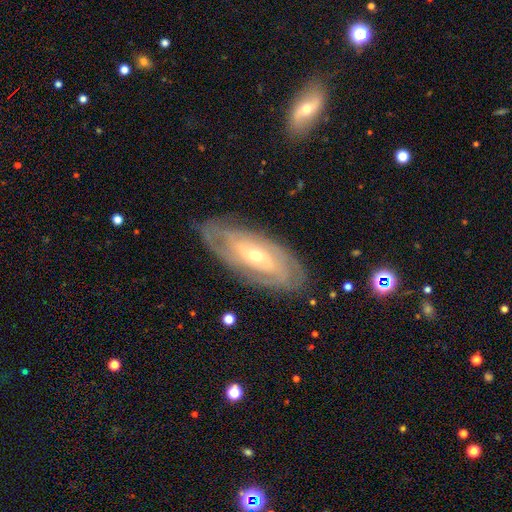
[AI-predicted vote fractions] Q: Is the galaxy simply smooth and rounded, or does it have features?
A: featured or disk — 83%.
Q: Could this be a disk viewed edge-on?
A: no — 89%.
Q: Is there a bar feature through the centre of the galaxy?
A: no — 56%.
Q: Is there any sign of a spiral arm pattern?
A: yes — 90%.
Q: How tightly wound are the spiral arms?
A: tight — 76%.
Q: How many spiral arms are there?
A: can't tell — 49%.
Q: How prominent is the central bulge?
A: small — 58%.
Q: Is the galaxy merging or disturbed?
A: none — 82%.